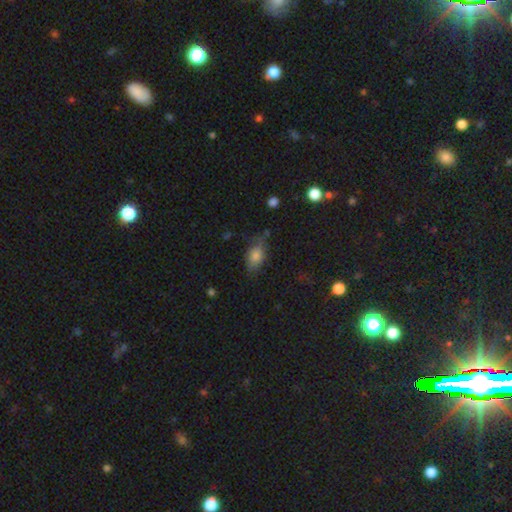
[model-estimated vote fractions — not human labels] Q: Smooth or featured?
A: smooth (77%); runner-up: featured or disk (13%)
Q: How rounded?
A: in between (85%); runner-up: round (9%)
Q: Merging?
A: none (60%); runner-up: minor disturbance (27%)